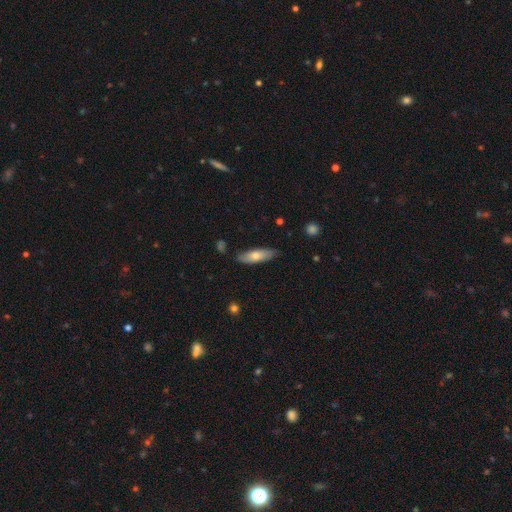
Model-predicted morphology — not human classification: Smooth or featured? smooth (69%)
How rounded? cigar-shaped (51%)
Merging? none (83%)